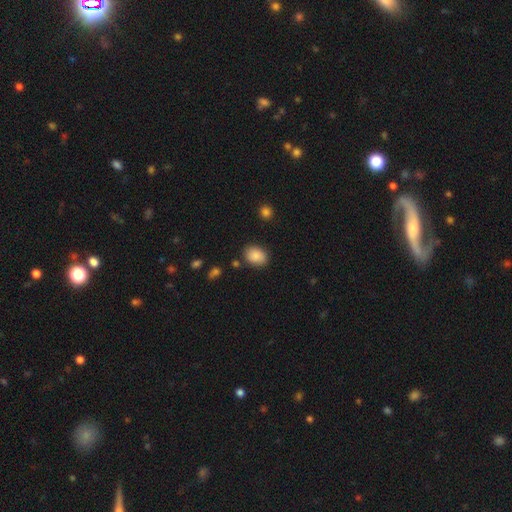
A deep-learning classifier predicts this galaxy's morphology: Smooth or featured? Predicted: smooth (p=0.87). How rounded? Predicted: in between (p=0.73). Merging? Predicted: none (p=0.83).